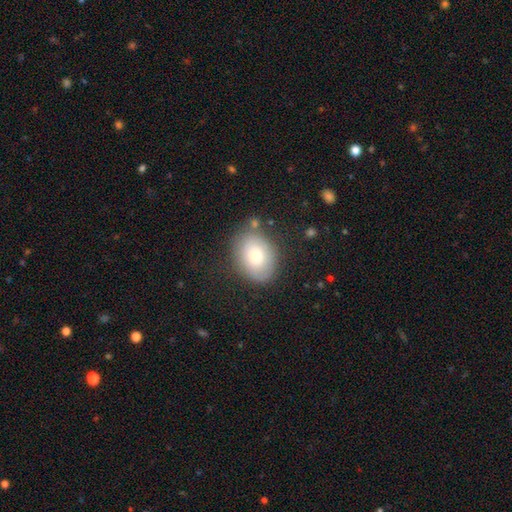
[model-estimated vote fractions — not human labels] Morphology: type=smooth (73%); roundness=in between (66%); merging=none (73%).